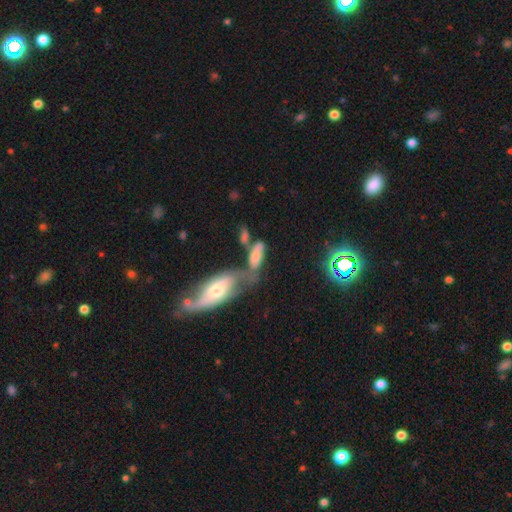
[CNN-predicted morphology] smooth 60%, featured or disk 30%, star or artifact 9%. Down the decision tree: how rounded — in between (76%); merging — merger (52%).